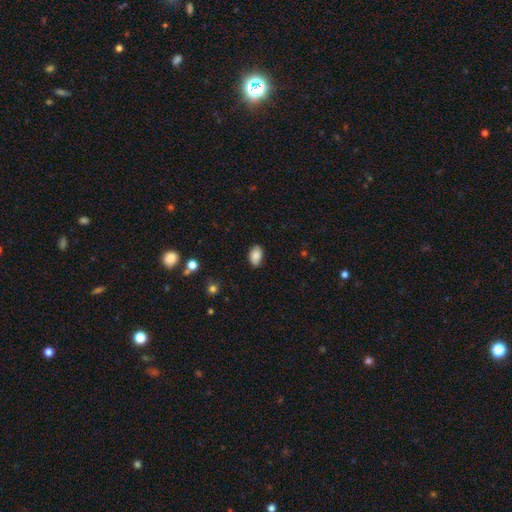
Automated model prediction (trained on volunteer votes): Smooth or featured? Predicted: smooth (p=0.86). How rounded? Predicted: in between (p=0.91). Merging? Predicted: none (p=0.84).